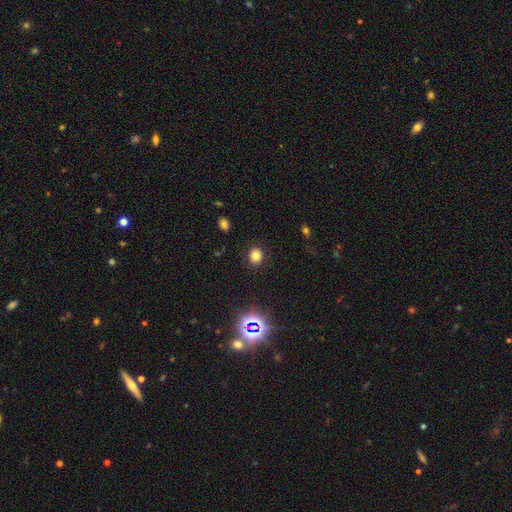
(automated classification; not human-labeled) Q: Smooth or featured?
A: smooth (76%); runner-up: star or artifact (17%)
Q: How rounded?
A: round (71%); runner-up: in between (28%)
Q: Merging?
A: none (88%); runner-up: minor disturbance (8%)